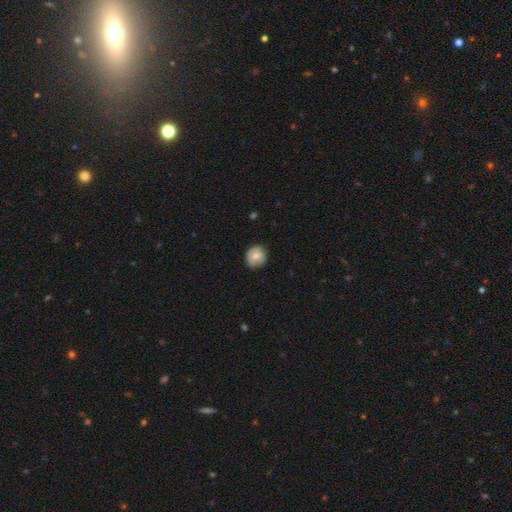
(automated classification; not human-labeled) The model was most divided on "smooth or featured": smooth: 75%, featured or disk: 18%, star or artifact: 7%. More confident: how rounded — round (87%); merging — none (84%).